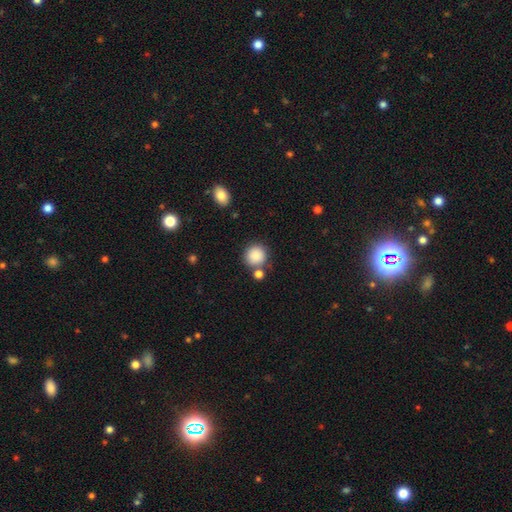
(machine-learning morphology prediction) This is clearly a smooth galaxy (87%). How rounded: clearly round (91%). Merging: likely none (73%).